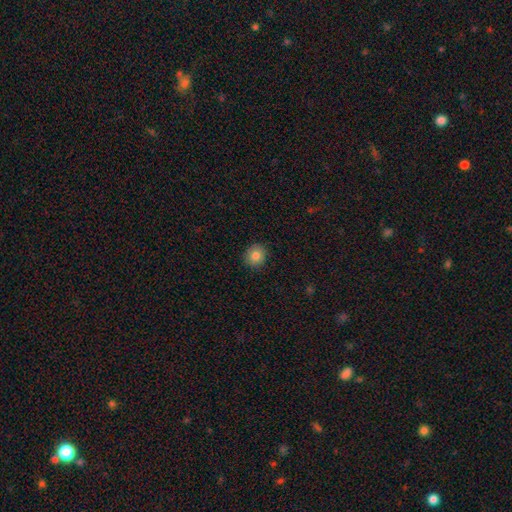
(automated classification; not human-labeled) This is clearly a smooth galaxy (83%). How rounded: clearly round (84%). Merging: clearly none (89%).